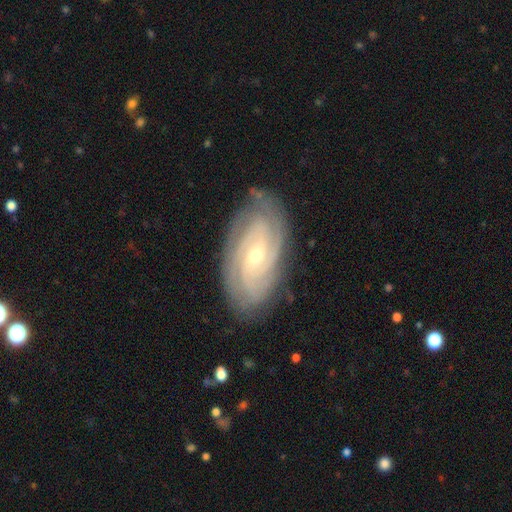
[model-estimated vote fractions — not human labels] featured or disk 87%, smooth 7%, star or artifact 6%. Down the decision tree: edge-on disk — no (95%); bar — no (54%); spiral arms — yes (97%); spiral arm count — 3 (26%); spiral winding — tight (73%); bulge size — small (63%); merging — none (82%).